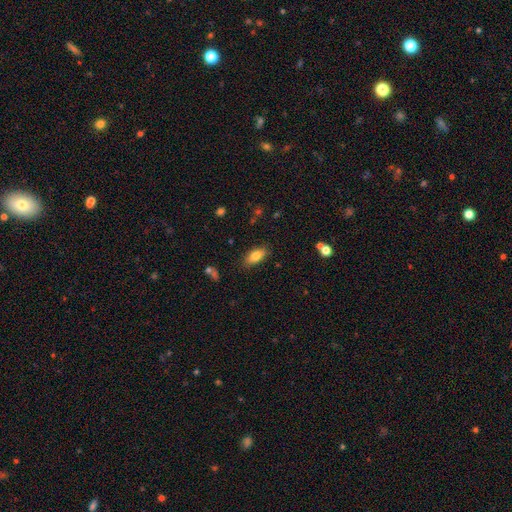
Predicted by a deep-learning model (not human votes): Smooth or featured?
  - smooth: 80% *
  - featured or disk: 12%
  - star or artifact: 8%
How rounded?
  - in between: 86% *
  - cigar-shaped: 11%
  - round: 3%
Merging?
  - none: 84% *
  - minor disturbance: 11%
  - major disturbance: 3%
  - merger: 2%